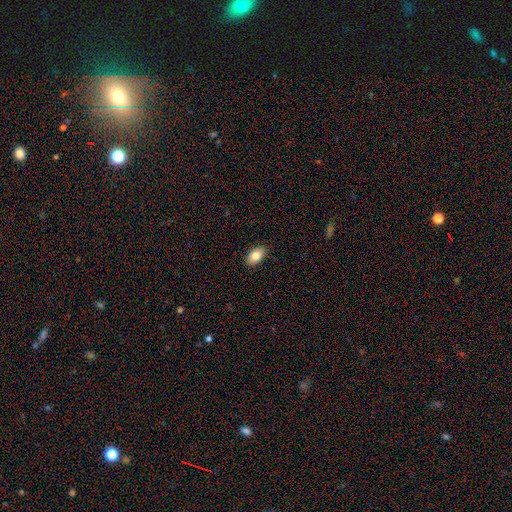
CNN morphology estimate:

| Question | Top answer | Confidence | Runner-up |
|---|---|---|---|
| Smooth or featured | smooth | 82% | featured or disk (11%) |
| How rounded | in between | 92% | round (5%) |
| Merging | none | 88% | minor disturbance (9%) |